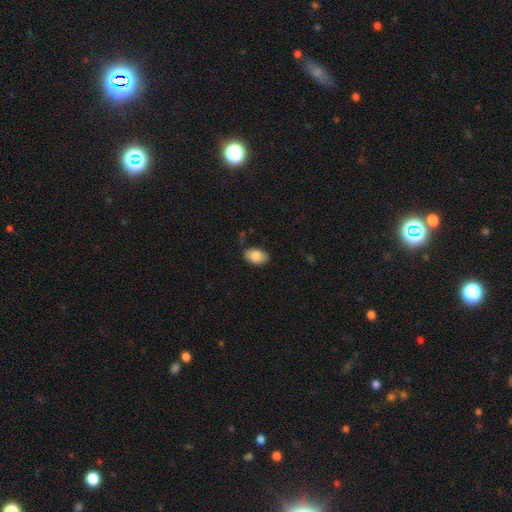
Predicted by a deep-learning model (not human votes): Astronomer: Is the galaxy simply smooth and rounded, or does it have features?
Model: smooth — 83%.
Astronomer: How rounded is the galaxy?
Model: in between — 89%.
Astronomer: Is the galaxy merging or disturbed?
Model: none — 81%.